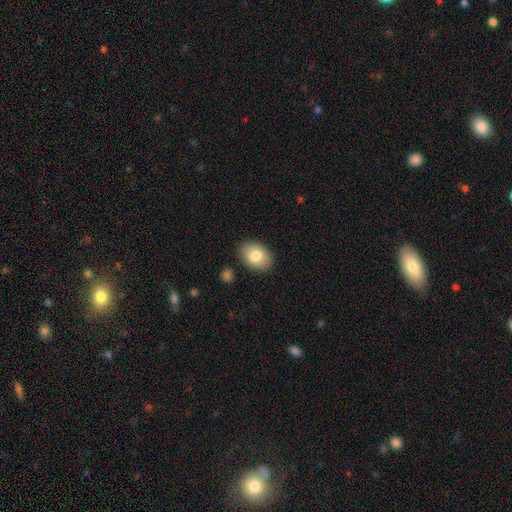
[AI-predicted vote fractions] Smooth or featured? smooth (82%)
How rounded? in between (81%)
Merging? none (86%)